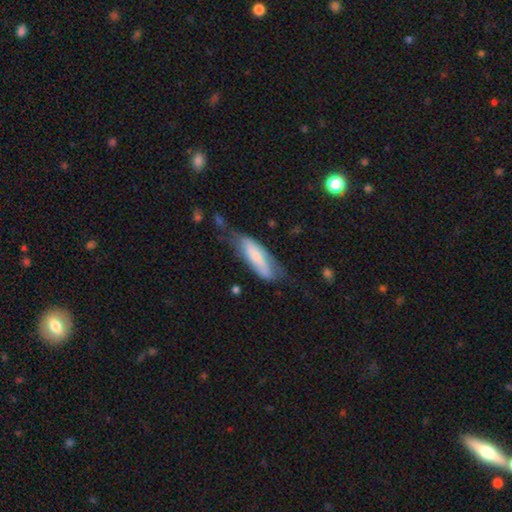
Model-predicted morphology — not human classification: type=smooth (51%); roundness=in between (54%); merging=none (46%).